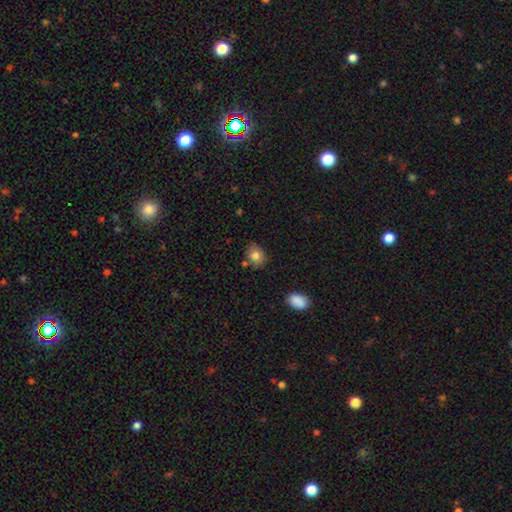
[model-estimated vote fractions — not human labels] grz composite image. It shows a smooth galaxy with no disk features (81%) that is in between round and cigar-shaped (56%). Merging: none (71%).